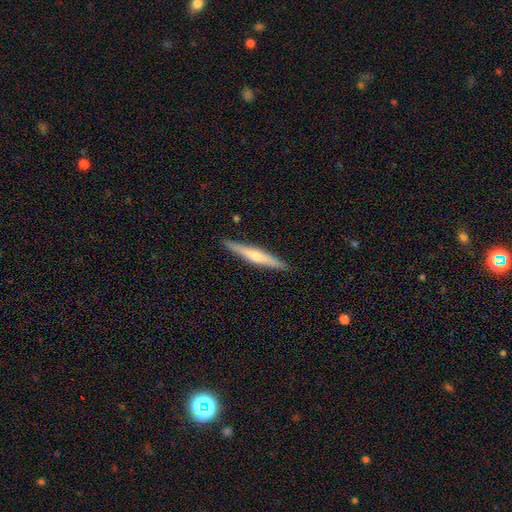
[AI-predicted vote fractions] Smooth or featured: featured or disk — 56% (smooth — 38%)
Edge-on disk: yes — 97% (no — 3%)
Edge-on bulge: rounded — 71% (none — 20%)
Merging: none — 91% (minor disturbance — 7%)